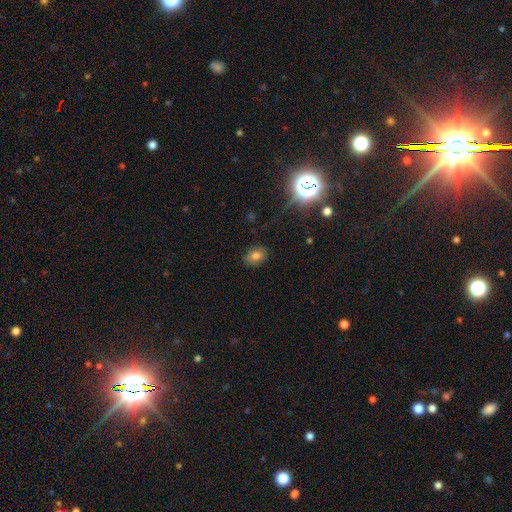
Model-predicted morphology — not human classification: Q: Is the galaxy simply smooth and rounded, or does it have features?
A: smooth — 73%.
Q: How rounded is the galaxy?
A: in between — 77%.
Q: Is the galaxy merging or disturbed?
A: none — 83%.